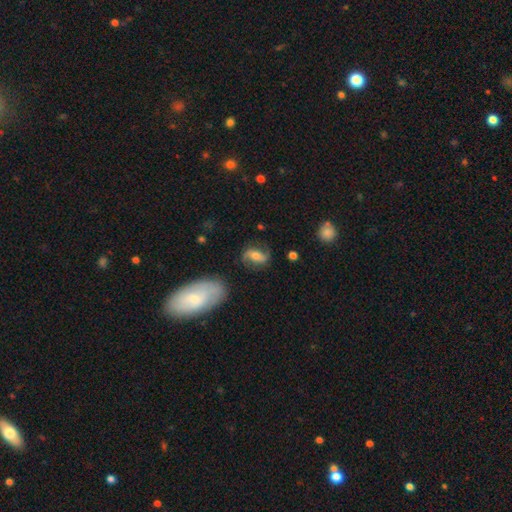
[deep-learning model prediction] featured or disk 67%, smooth 25%, star or artifact 8%. Down the decision tree: edge-on disk — no (93%); bar — weak (36%); spiral arms — yes (89%); spiral arm count — 2 (90%); spiral winding — loose (55%); bulge size — moderate (58%); merging — none (72%).